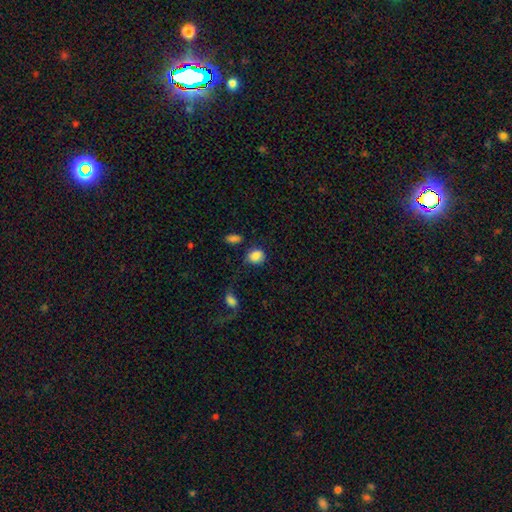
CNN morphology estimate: Smooth or featured? smooth (86%)
How rounded? round (59%)
Merging? none (67%)